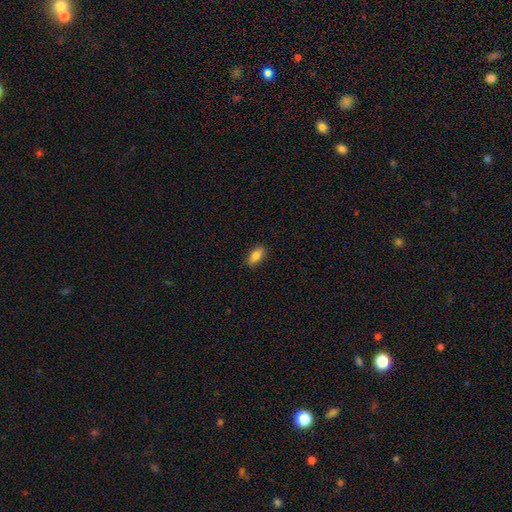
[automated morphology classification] Smooth or featured? Predicted: smooth (p=0.83). How rounded? Predicted: in between (p=0.86). Merging? Predicted: none (p=0.87).